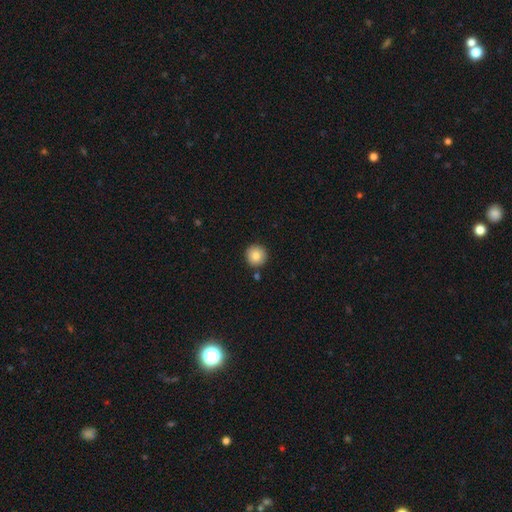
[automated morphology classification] Overall: smooth (83%). How rounded: round (95%). Merging: none (88%).